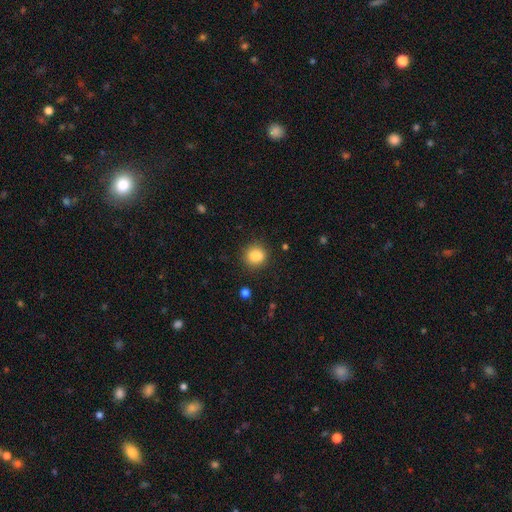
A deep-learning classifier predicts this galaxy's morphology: Smooth or featured? Predicted: smooth (p=0.84). How rounded? Predicted: round (p=0.79). Merging? Predicted: none (p=0.80).